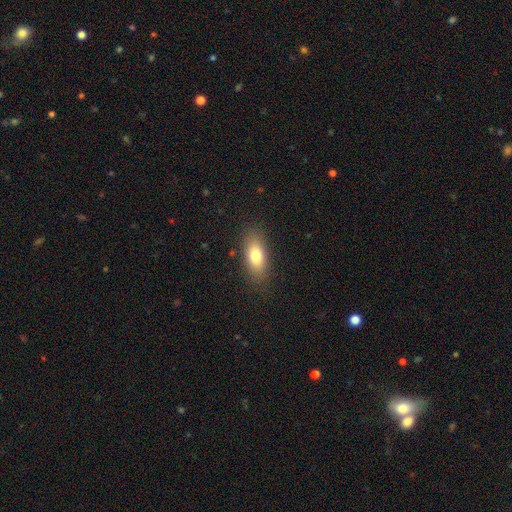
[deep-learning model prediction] Smooth or featured?
  - smooth: 79% *
  - featured or disk: 13%
  - star or artifact: 8%
How rounded?
  - in between: 82% *
  - cigar-shaped: 14%
  - round: 4%
Merging?
  - none: 85% *
  - minor disturbance: 11%
  - major disturbance: 3%
  - merger: 1%